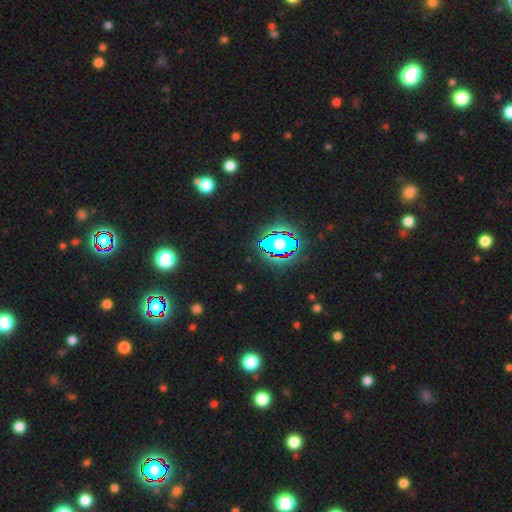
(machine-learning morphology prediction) Smooth or featured? star or artifact (79%)